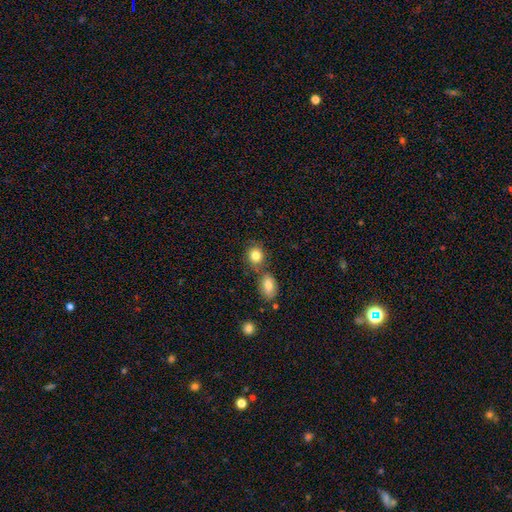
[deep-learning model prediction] The model was most divided on "merging": none: 59%, merger: 27%, minor disturbance: 11%, major disturbance: 3%. More confident: smooth or featured — smooth (82%); how rounded — round (67%).